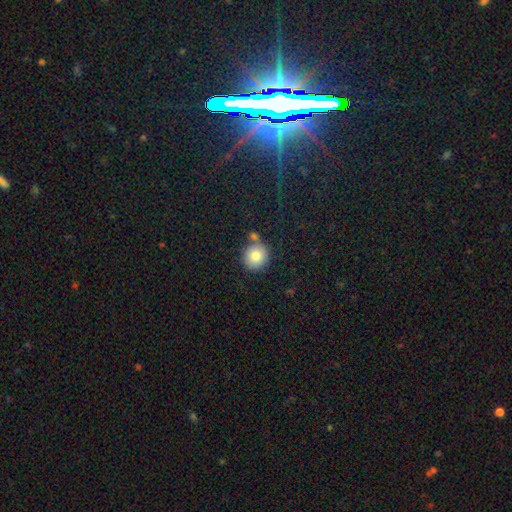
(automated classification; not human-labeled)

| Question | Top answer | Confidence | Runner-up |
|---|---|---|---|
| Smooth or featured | smooth | 82% | star or artifact (9%) |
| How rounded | round | 90% | in between (9%) |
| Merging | none | 70% | merger (16%) |